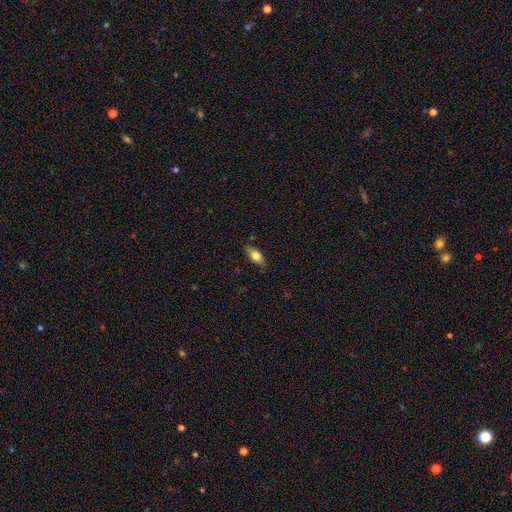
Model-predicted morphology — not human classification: Q: Smooth or featured?
A: smooth (68%); runner-up: featured or disk (24%)
Q: How rounded?
A: in between (80%); runner-up: cigar-shaped (16%)
Q: Merging?
A: none (81%); runner-up: minor disturbance (15%)